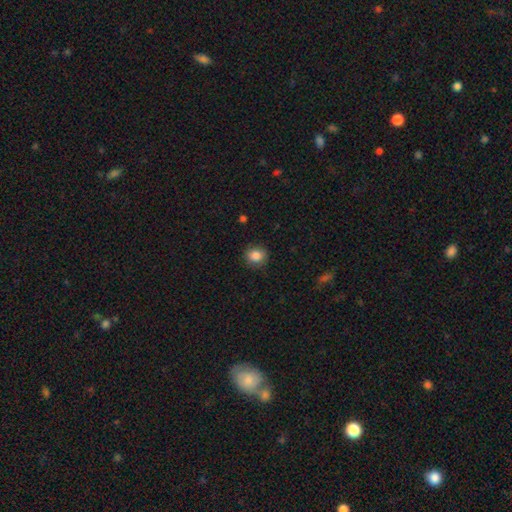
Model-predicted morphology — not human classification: Smooth or featured? smooth (84%)
How rounded? round (82%)
Merging? none (86%)